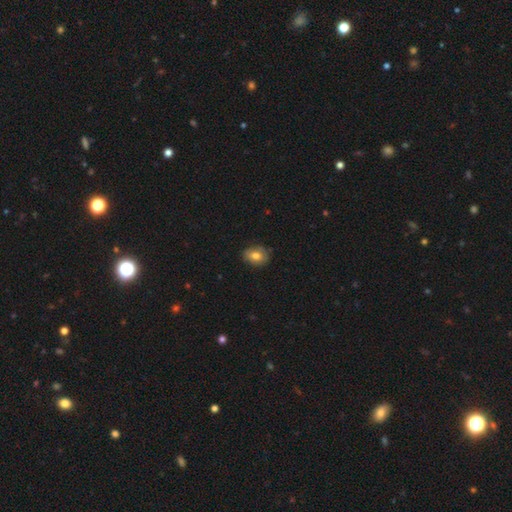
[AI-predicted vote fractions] The model was most divided on "how rounded": in between: 63%, round: 36%, cigar-shaped: 1%. More confident: merging — none (78%); smooth or featured — smooth (74%).